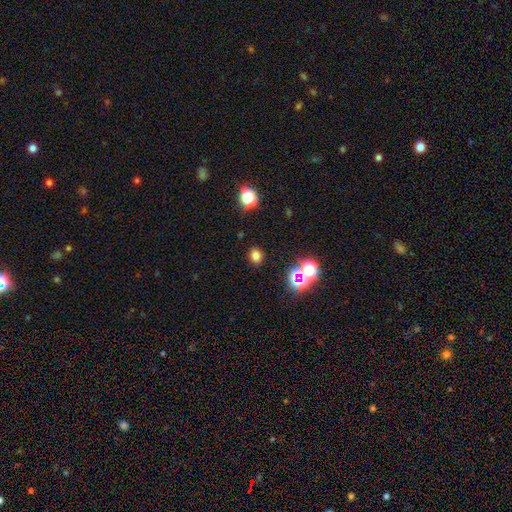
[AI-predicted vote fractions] Smooth or featured? Predicted: smooth (p=0.74). How rounded? Predicted: round (p=0.63). Merging? Predicted: none (p=0.86).